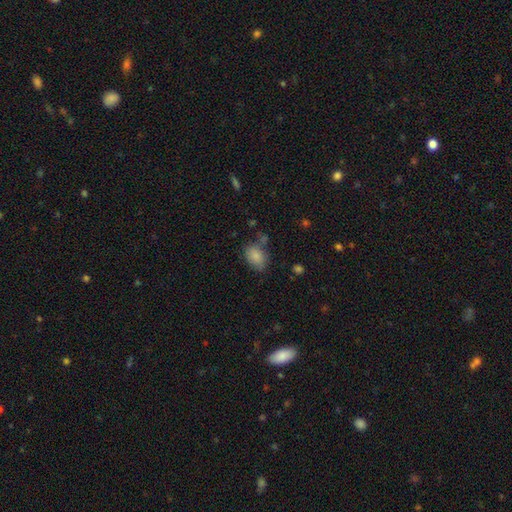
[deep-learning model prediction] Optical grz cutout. It shows a smooth galaxy with no disk features (84%) that is in between round and cigar-shaped (81%). Merging: none (63%).